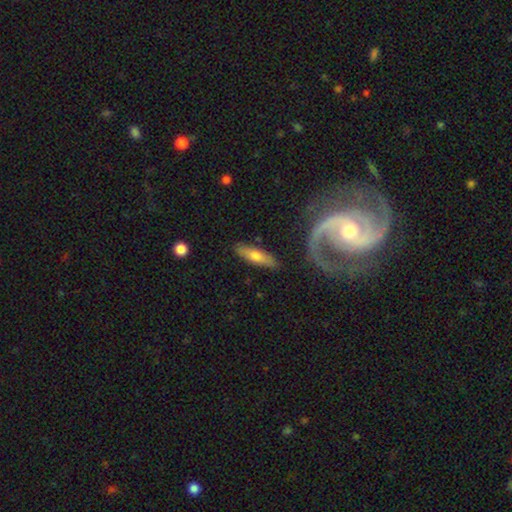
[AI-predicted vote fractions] Smooth or featured?
  - smooth: 52% *
  - featured or disk: 42%
  - star or artifact: 6%
How rounded?
  - cigar-shaped: 59% *
  - in between: 38%
  - round: 3%
Merging?
  - none: 82% *
  - minor disturbance: 11%
  - major disturbance: 4%
  - merger: 3%